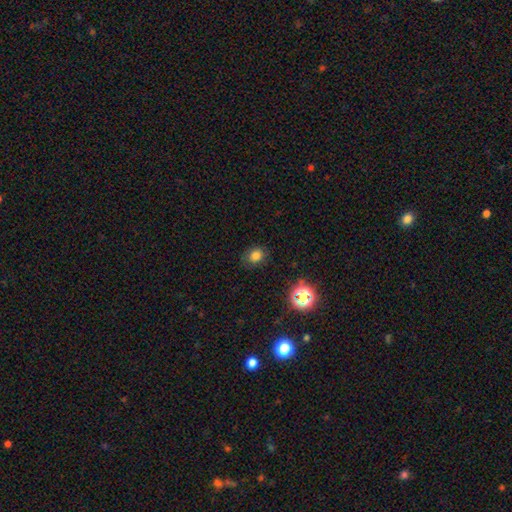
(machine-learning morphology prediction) Q: Smooth or featured?
A: smooth (78%); runner-up: star or artifact (17%)
Q: How rounded?
A: round (59%); runner-up: in between (40%)
Q: Merging?
A: none (80%); runner-up: minor disturbance (15%)